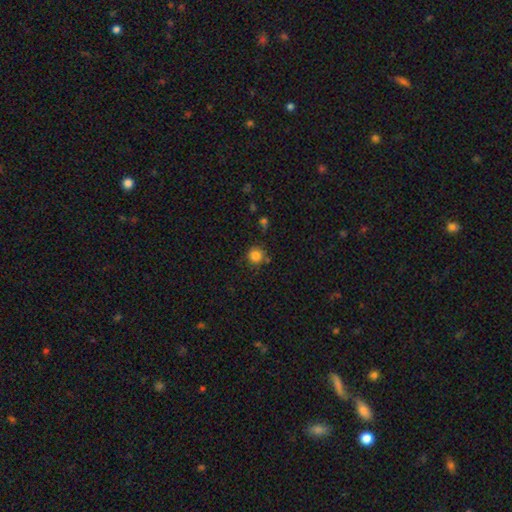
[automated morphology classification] A smooth galaxy with no disk features (84%) that is round (93%). Merging: none (78%).